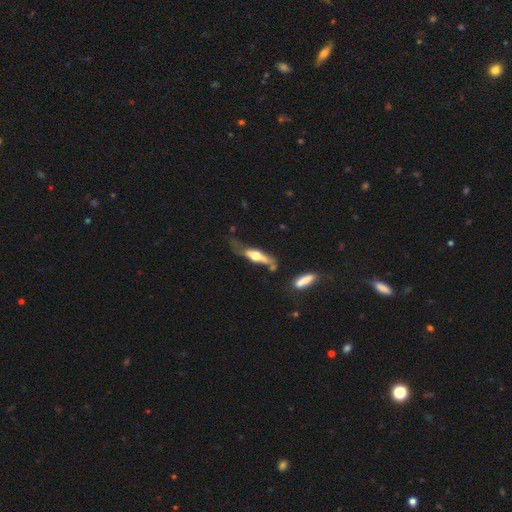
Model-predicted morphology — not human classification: Smooth or featured? Predicted: featured or disk (p=0.57). Edge-on disk? Predicted: yes (p=0.83). Merging? Predicted: none (p=0.41).